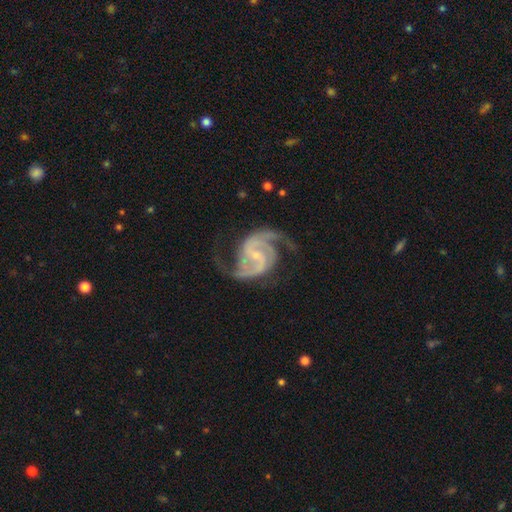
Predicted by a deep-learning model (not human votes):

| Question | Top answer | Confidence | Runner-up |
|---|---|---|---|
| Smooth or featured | featured or disk | 93% | star or artifact (4%) |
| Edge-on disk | no | 98% | yes (2%) |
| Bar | weak | 49% | no (29%) |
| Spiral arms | yes | 98% | no (2%) |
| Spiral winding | medium | 59% | loose (22%) |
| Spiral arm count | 2 | 82% | 3 (9%) |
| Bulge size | small | 73% | moderate (18%) |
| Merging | none | 70% | minor disturbance (17%) |